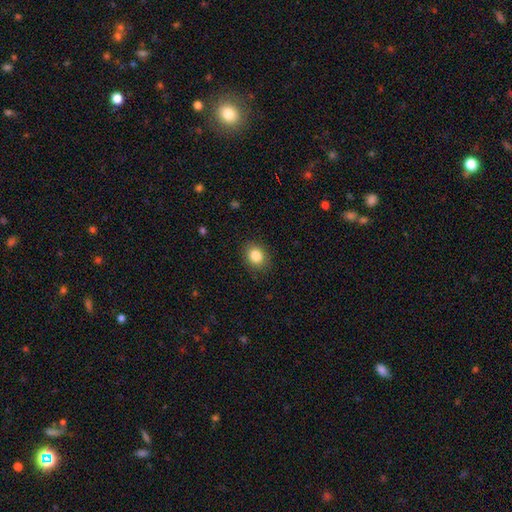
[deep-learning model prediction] A smooth galaxy with no disk features (85%) that is round (58%). Merging: none (88%).